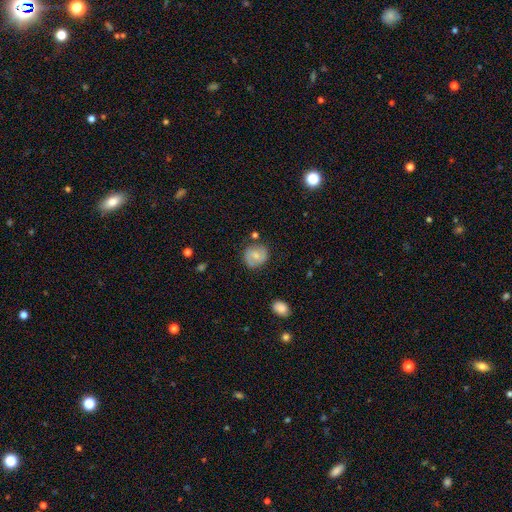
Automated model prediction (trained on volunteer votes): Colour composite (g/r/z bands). It shows a smooth galaxy with no disk features (49%). Merging: none (75%).